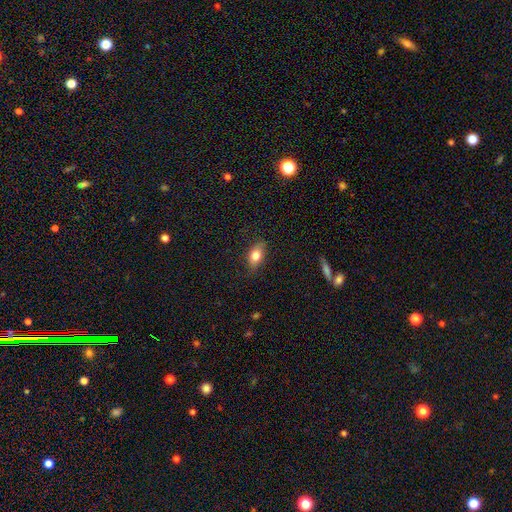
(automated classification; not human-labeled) This is likely a smooth galaxy (77%). How rounded: clearly in between (83%). Merging: clearly none (82%).